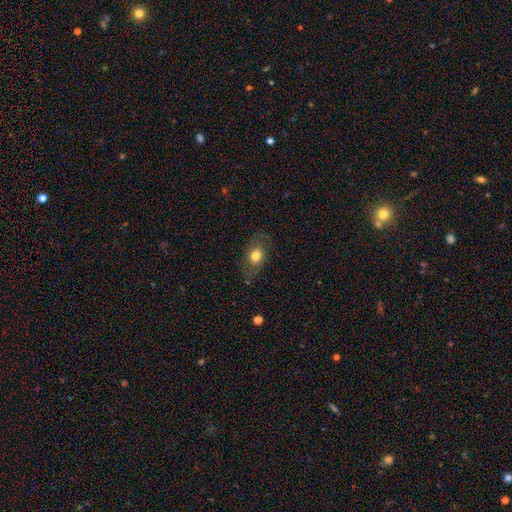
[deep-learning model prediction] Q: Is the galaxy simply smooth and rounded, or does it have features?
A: smooth — 58%.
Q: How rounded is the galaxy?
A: in between — 65%.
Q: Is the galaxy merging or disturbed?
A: none — 75%.